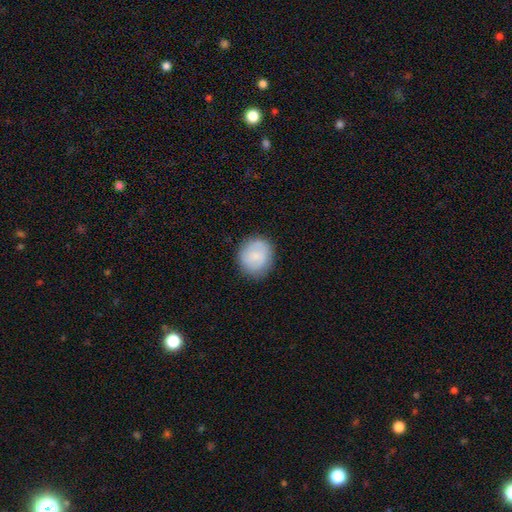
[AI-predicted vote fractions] A smooth galaxy with no disk features (73%) that is round (79%).

Vote fractions:
- Smooth or featured? smooth: 73% / featured or disk: 20% / star or artifact: 7%
- How rounded? round: 79% / in between: 20% / cigar-shaped: 1%
- Merging? none: 82% / minor disturbance: 13% / major disturbance: 4% / merger: 1%